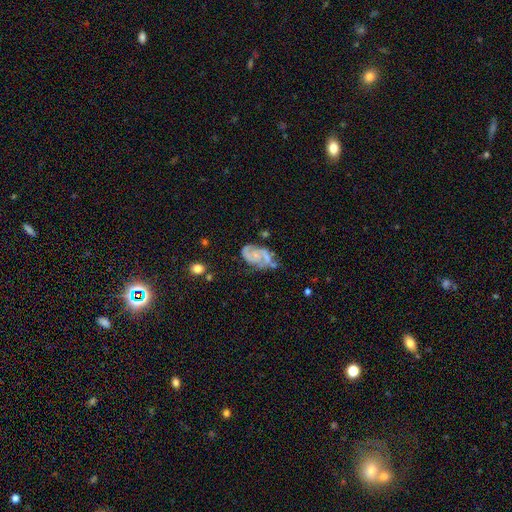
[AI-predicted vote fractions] Morphology: type=featured or disk (81%); edge-on=no (98%); bar=no (58%); spiral arms=yes (93%); winding=medium (47%); arm count=2 (68%); bulge=small (61%); merging=none (52%).